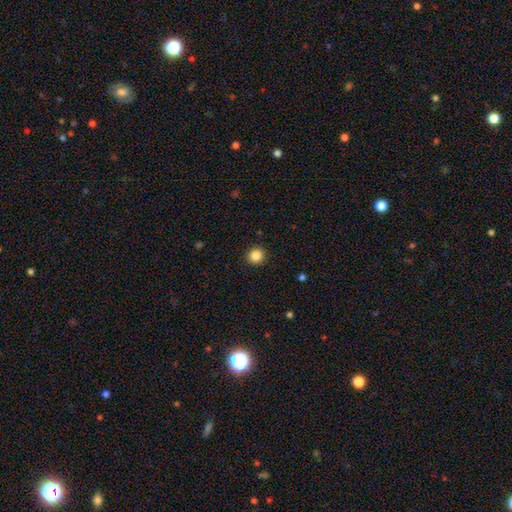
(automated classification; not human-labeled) This is clearly a smooth galaxy (86%). How rounded: clearly round (93%). Merging: clearly none (92%).